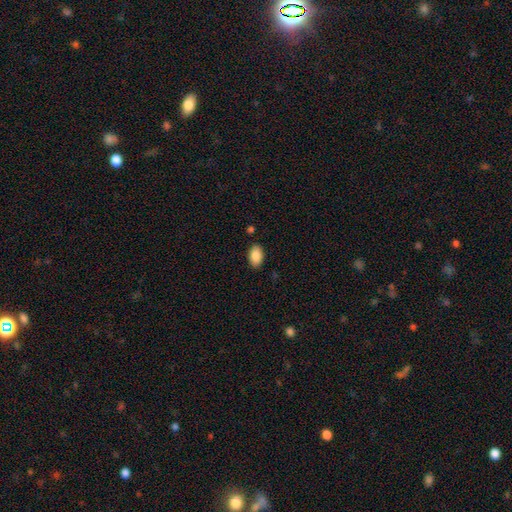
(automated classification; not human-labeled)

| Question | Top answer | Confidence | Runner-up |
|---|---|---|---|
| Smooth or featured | smooth | 87% | star or artifact (7%) |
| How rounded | in between | 93% | round (6%) |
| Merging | none | 87% | minor disturbance (9%) |